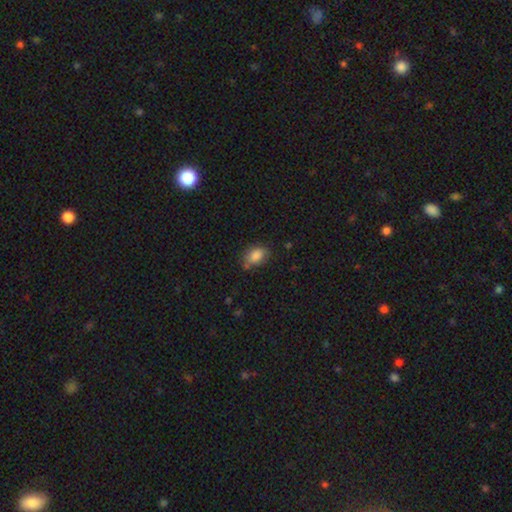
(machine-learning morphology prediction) type=smooth (84%); roundness=in between (82%); merging=none (65%).